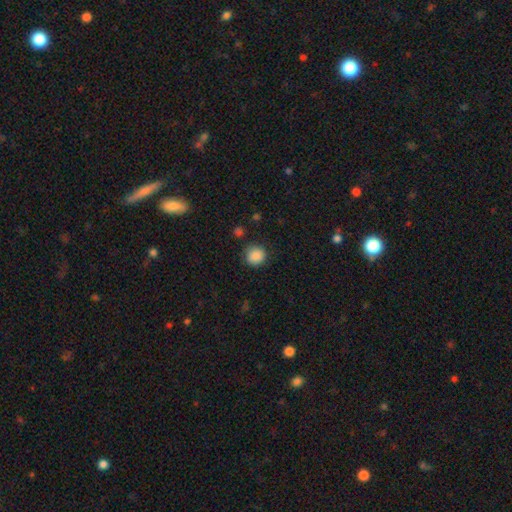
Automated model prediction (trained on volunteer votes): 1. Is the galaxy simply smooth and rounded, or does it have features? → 88% smooth, 9% star or artifact, 3% featured or disk.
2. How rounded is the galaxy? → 92% round, 7% in between, 1% cigar-shaped.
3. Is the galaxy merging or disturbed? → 85% none, 10% minor disturbance, 3% major disturbance, 2% merger.